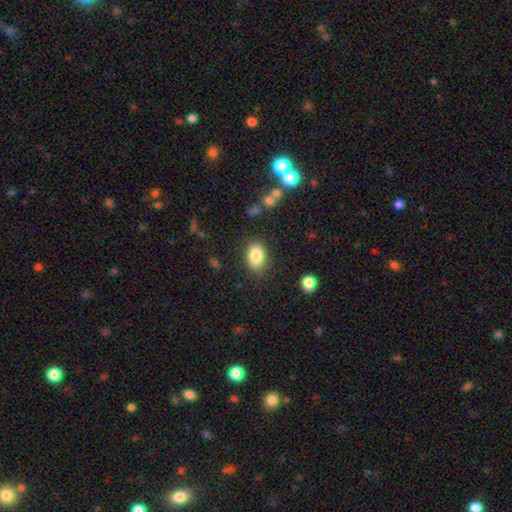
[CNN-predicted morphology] The model was most divided on "merging": none: 80%, minor disturbance: 14%, major disturbance: 4%, merger: 2%. More confident: how rounded — in between (85%); smooth or featured — smooth (85%).